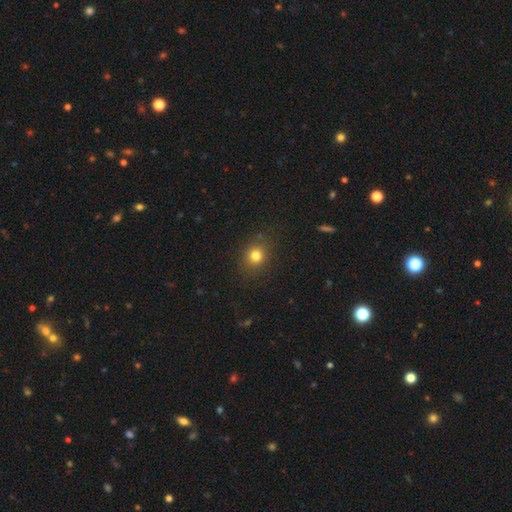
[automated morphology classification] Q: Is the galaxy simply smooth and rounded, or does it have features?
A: smooth — 79%.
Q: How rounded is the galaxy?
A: round — 78%.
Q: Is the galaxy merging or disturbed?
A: none — 85%.